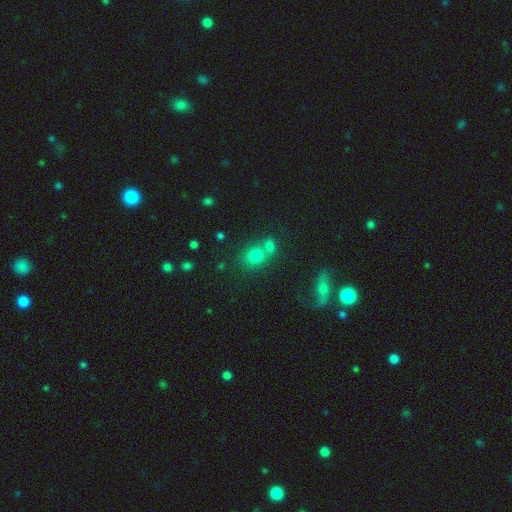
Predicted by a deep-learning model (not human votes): Smooth or featured? smooth (75%)
How rounded? round (72%)
Merging? none (45%)